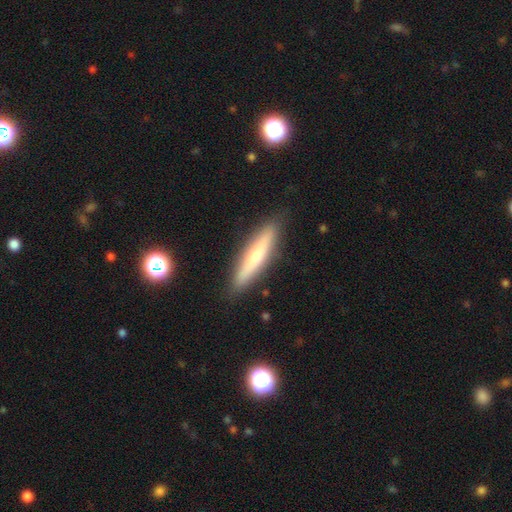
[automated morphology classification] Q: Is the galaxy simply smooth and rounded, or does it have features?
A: smooth — 52%.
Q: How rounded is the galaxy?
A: cigar-shaped — 87%.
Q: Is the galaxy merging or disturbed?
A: none — 88%.